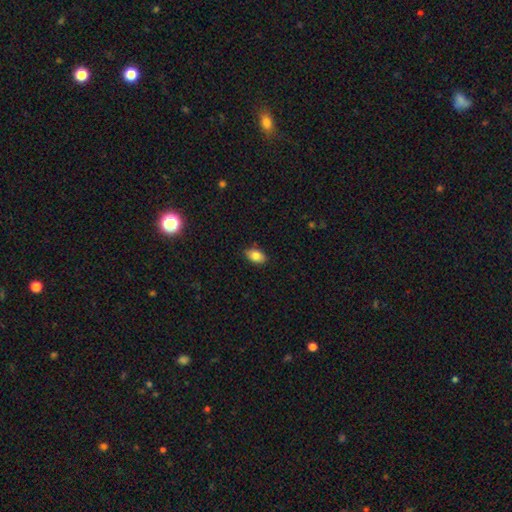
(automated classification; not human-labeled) Smooth or featured? smooth (83%)
How rounded? in between (89%)
Merging? none (86%)